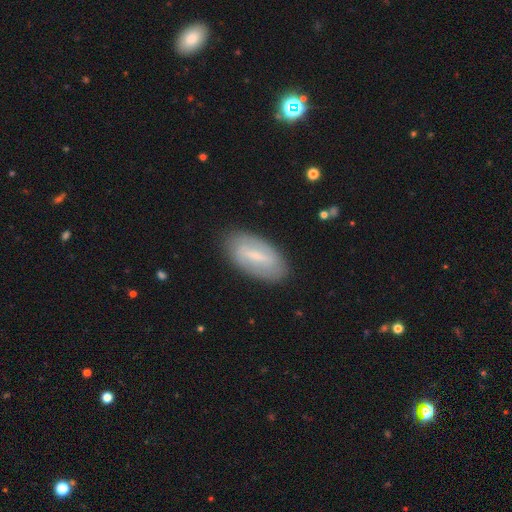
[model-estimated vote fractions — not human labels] Q: Smooth or featured?
A: featured or disk (50%); runner-up: smooth (44%)
Q: Merging?
A: none (83%); runner-up: minor disturbance (13%)